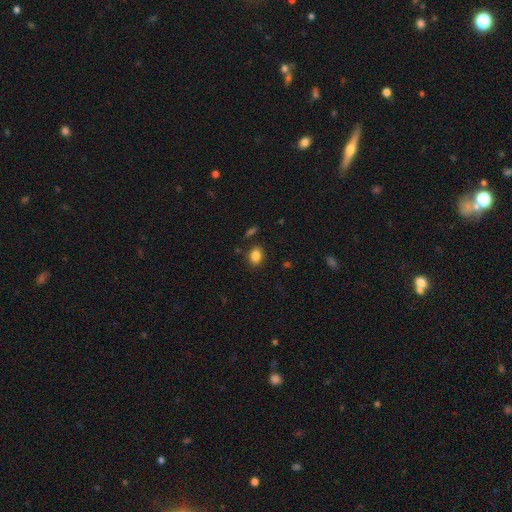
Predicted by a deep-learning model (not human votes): smooth-or-featured: smooth: 85% | star or artifact: 10% | featured or disk: 5%
  how-rounded: in between: 64% | round: 34% | cigar-shaped: 1%
  merging: none: 85% | minor disturbance: 10% | merger: 3% | major disturbance: 3%